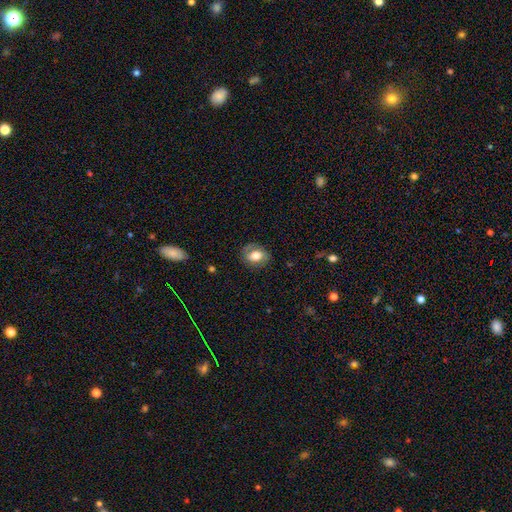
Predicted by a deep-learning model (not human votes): smooth-or-featured: smooth: 65% | featured or disk: 27% | star or artifact: 8%
  how-rounded: in between: 64% | round: 35% | cigar-shaped: 1%
  merging: none: 78% | minor disturbance: 15% | major disturbance: 5% | merger: 1%